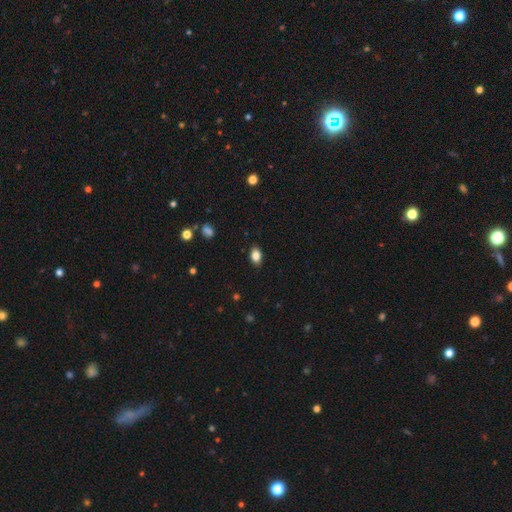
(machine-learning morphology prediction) smooth-or-featured: smooth: 85% | star or artifact: 9% | featured or disk: 5%
  how-rounded: in between: 84% | round: 15% | cigar-shaped: 2%
  merging: none: 88% | minor disturbance: 9% | major disturbance: 2% | merger: 1%